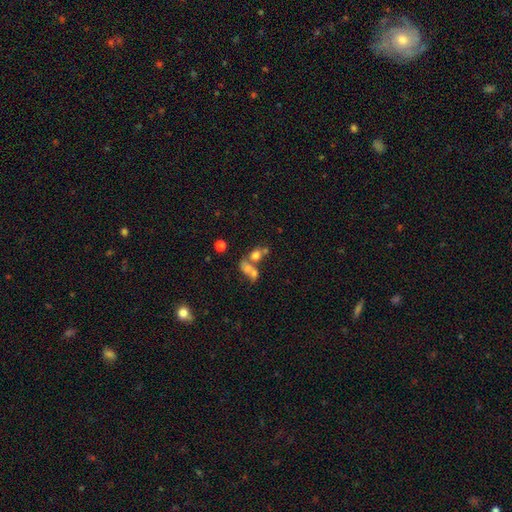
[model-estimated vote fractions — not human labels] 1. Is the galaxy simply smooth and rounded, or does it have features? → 62% smooth, 22% featured or disk, 16% star or artifact.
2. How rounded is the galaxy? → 50% round, 47% in between, 2% cigar-shaped.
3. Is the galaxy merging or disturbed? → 58% merger, 26% none, 8% minor disturbance, 8% major disturbance.